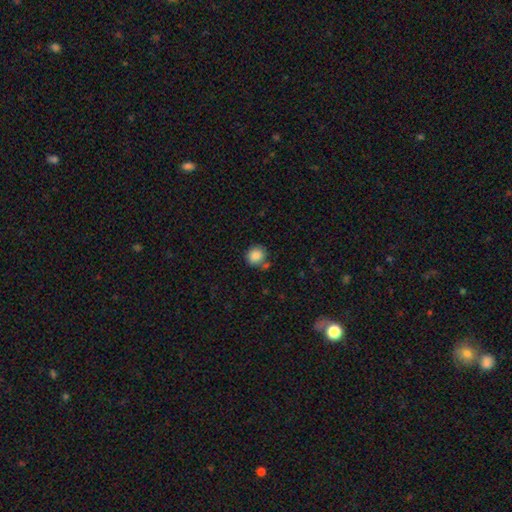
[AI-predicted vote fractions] A smooth galaxy with no disk features (87%) that is round (85%). Merging: none (72%).